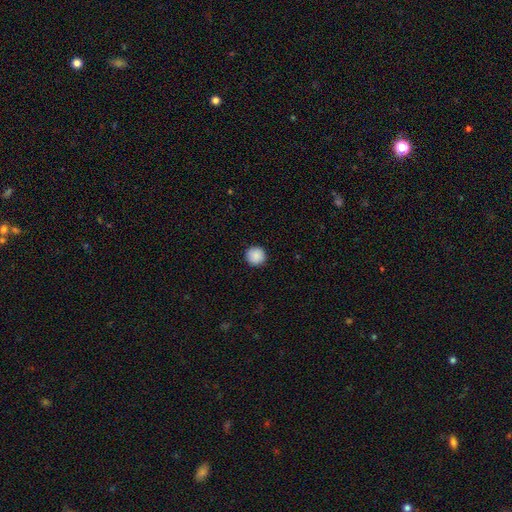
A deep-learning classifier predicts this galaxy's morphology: Overall: smooth (89%). How rounded: round (95%). Merging: none (93%).